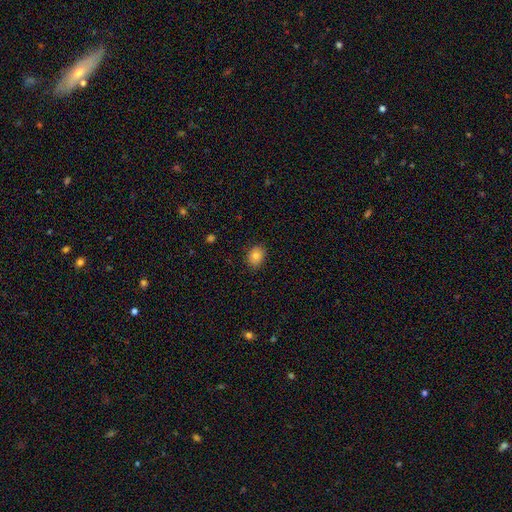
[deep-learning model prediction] smooth 80%, featured or disk 10%, star or artifact 10%. Down the decision tree: how rounded — round (54%); merging — none (85%).